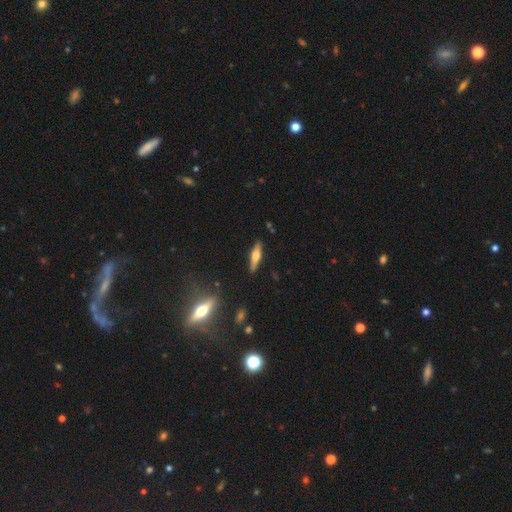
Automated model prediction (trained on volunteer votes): Overall: featured or disk (57%; smooth 37%). Edge-on disk: yes (94%). Edge-on bulge: rounded (91%). Merging: none (88%).